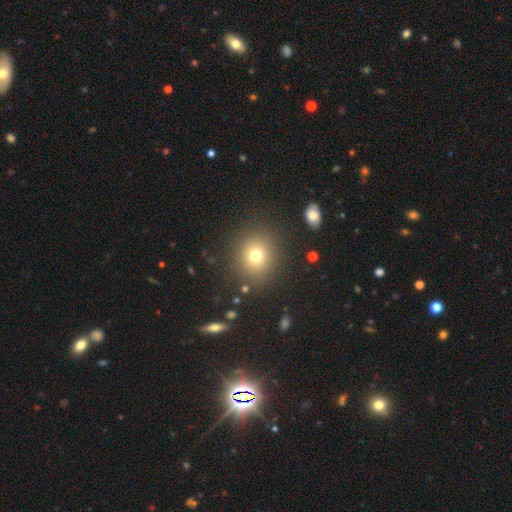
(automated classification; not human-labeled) smooth-or-featured: smooth: 74% | star or artifact: 16% | featured or disk: 10%
  how-rounded: round: 81% | in between: 18% | cigar-shaped: 1%
  merging: none: 86% | minor disturbance: 8% | major disturbance: 4% | merger: 2%